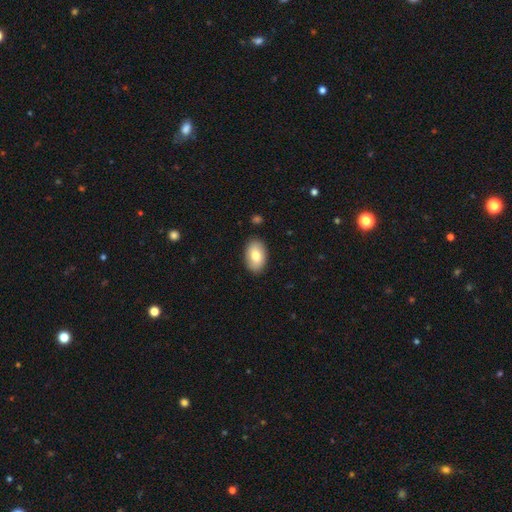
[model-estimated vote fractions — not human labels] The model was most divided on "smooth or featured": smooth: 77%, featured or disk: 16%, star or artifact: 6%. More confident: how rounded — in between (91%); merging — none (88%).